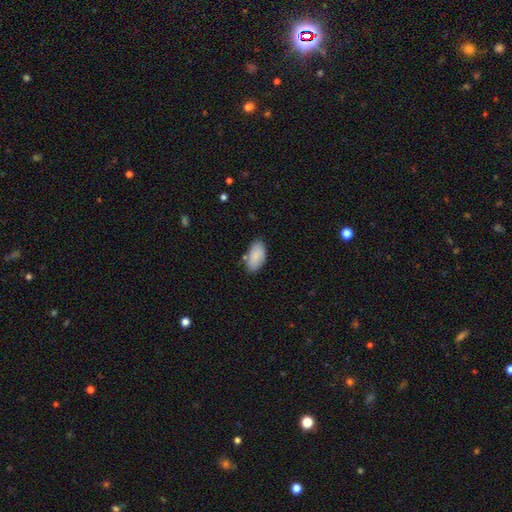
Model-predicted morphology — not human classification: This is clearly a smooth galaxy (86%). How rounded: clearly in between (94%). Merging: likely none (75%).